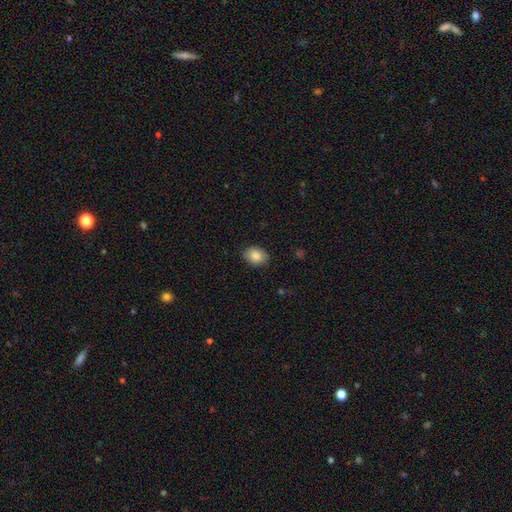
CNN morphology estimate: smooth 85%, star or artifact 8%, featured or disk 7%. Down the decision tree: how rounded — in between (68%); merging — none (86%).